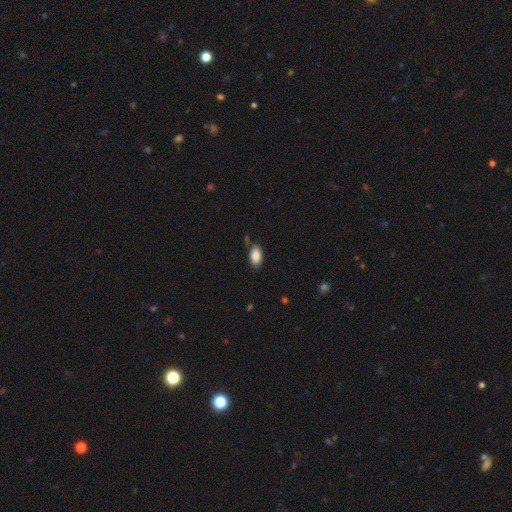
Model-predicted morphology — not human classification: Smooth or featured?
  - smooth: 88% *
  - star or artifact: 7%
  - featured or disk: 5%
How rounded?
  - in between: 94% *
  - round: 4%
  - cigar-shaped: 2%
Merging?
  - none: 77% *
  - minor disturbance: 16%
  - merger: 4%
  - major disturbance: 3%